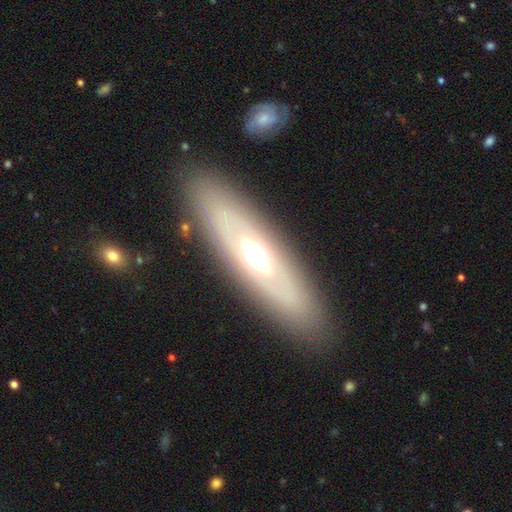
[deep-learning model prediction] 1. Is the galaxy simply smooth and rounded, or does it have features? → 56% featured or disk, 36% smooth, 8% star or artifact.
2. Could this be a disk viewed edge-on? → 59% no, 41% yes.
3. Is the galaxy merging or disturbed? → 85% none, 9% minor disturbance, 4% major disturbance, 1% merger.